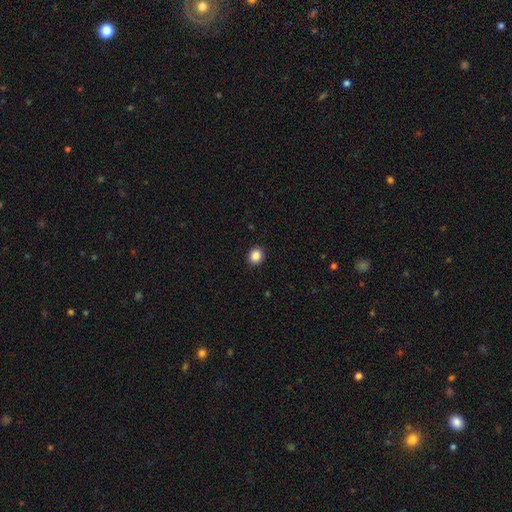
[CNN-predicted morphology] Smooth or featured: smooth — 87% (star or artifact — 10%)
How rounded: round — 82% (in between — 17%)
Merging: none — 92% (minor disturbance — 5%)